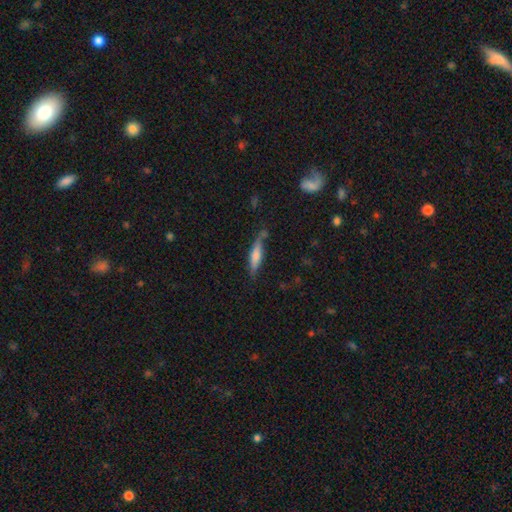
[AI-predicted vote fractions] This is likely a smooth galaxy (64%). How rounded: likely cigar-shaped (75%). Merging: likely none (61%).